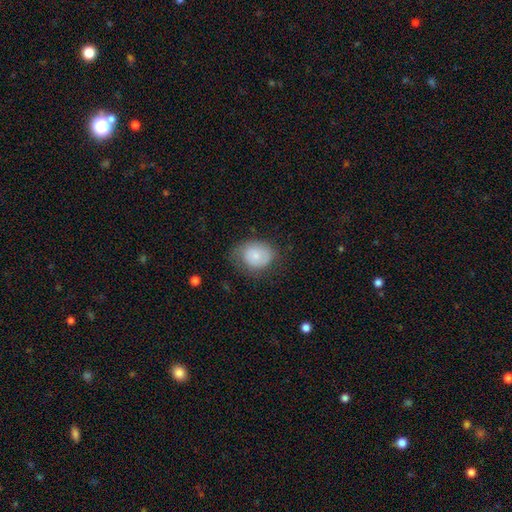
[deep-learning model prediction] Smooth or featured? Predicted: smooth (p=0.73). How rounded? Predicted: round (p=0.54). Merging? Predicted: none (p=0.55).